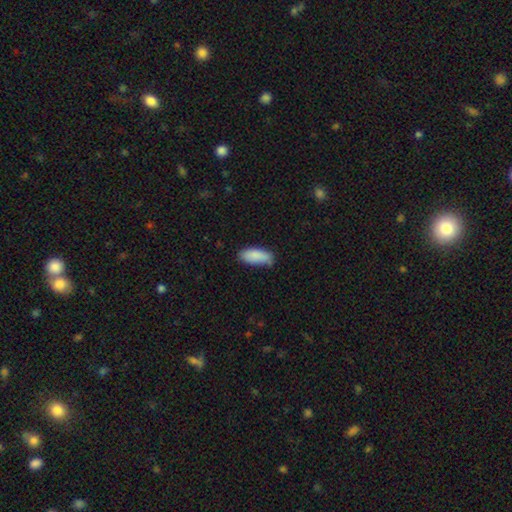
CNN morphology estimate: smooth-or-featured: smooth: 89% | star or artifact: 6% | featured or disk: 5%
  how-rounded: in between: 81% | cigar-shaped: 18% | round: 2%
  merging: none: 73% | minor disturbance: 21% | major disturbance: 3% | merger: 3%